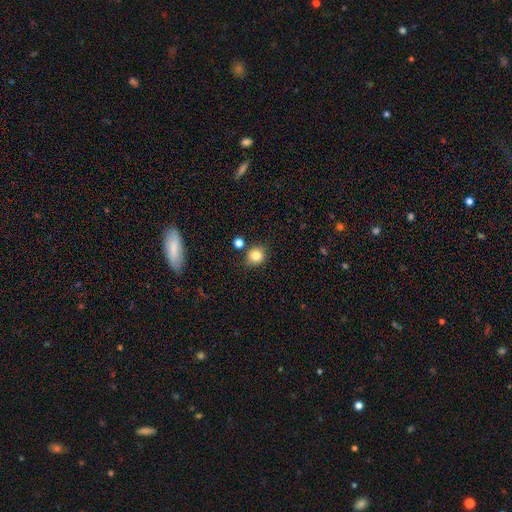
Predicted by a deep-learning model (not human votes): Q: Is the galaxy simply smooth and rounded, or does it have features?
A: smooth — 81%.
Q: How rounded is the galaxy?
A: round — 84%.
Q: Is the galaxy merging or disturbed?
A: none — 80%.